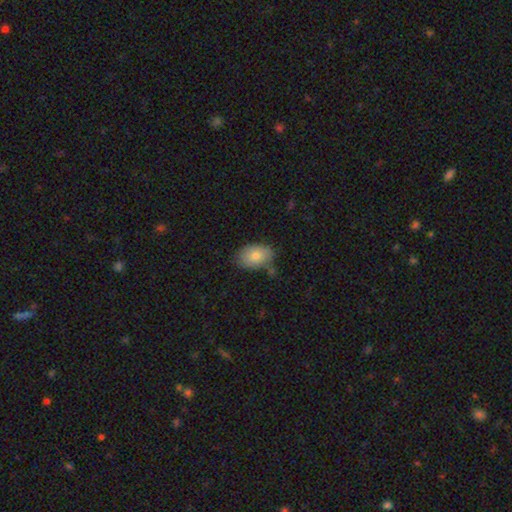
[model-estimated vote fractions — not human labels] Q: Smooth or featured?
A: smooth (78%); runner-up: featured or disk (15%)
Q: How rounded?
A: in between (85%); runner-up: round (13%)
Q: Merging?
A: none (66%); runner-up: minor disturbance (24%)